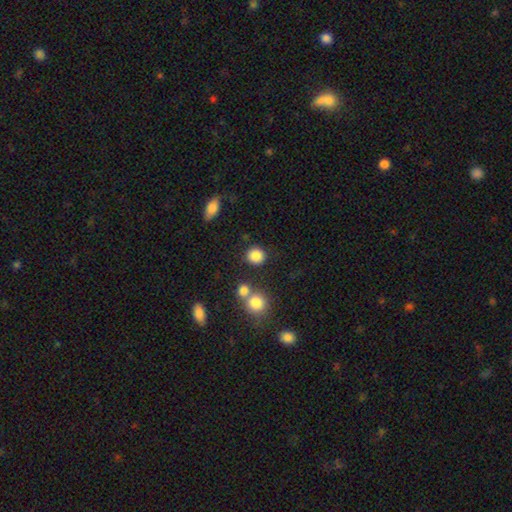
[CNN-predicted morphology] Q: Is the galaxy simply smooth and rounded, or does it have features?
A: smooth — 85%.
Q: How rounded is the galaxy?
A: round — 83%.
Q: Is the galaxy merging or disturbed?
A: none — 81%.